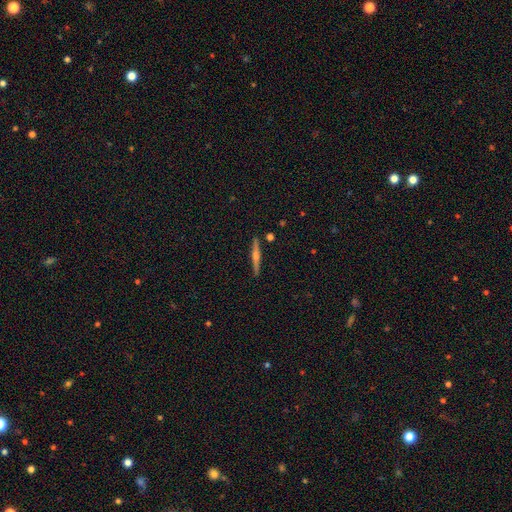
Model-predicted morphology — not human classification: The model was most divided on "smooth or featured": featured or disk: 72%, smooth: 22%, star or artifact: 6%. More confident: edge-on disk — yes (98%); merging — none (91%); edge-on bulge — rounded (84%).